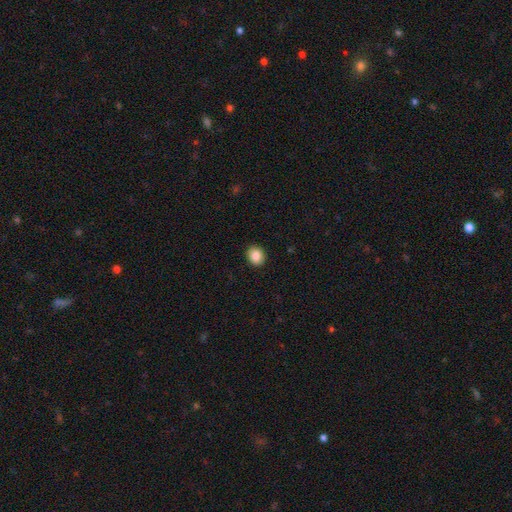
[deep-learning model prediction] Smooth or featured? Predicted: smooth (p=0.87). How rounded? Predicted: round (p=0.61). Merging? Predicted: none (p=0.91).